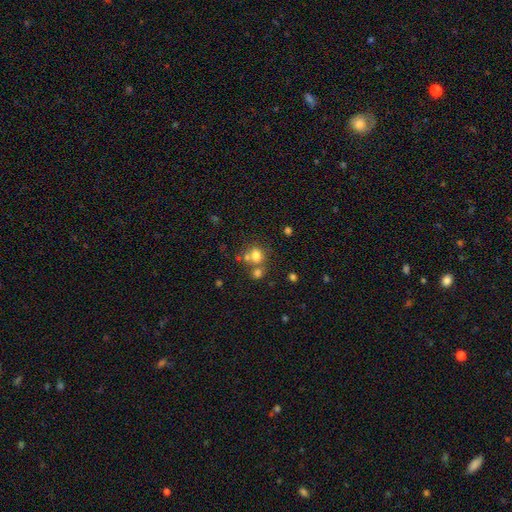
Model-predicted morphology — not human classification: Smooth or featured?
  - smooth: 72% *
  - star or artifact: 16%
  - featured or disk: 13%
How rounded?
  - round: 66% *
  - in between: 33%
  - cigar-shaped: 1%
Merging?
  - none: 48% *
  - merger: 36%
  - minor disturbance: 10%
  - major disturbance: 6%